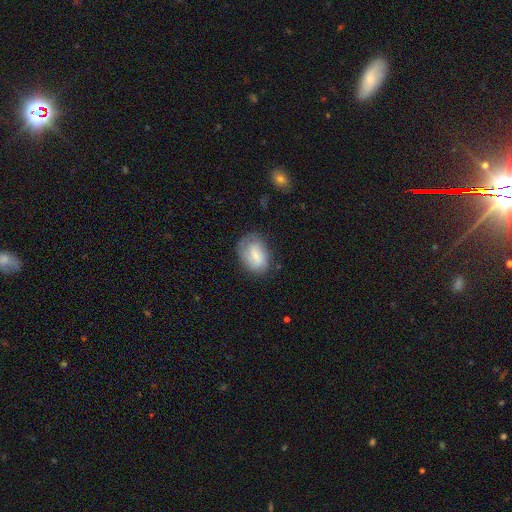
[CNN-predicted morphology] A smooth galaxy with no disk features (65%) that is in between round and cigar-shaped (82%).

Vote fractions:
- Smooth or featured? smooth: 65% / featured or disk: 27% / star or artifact: 7%
- How rounded? in between: 82% / round: 16% / cigar-shaped: 2%
- Merging? none: 63% / minor disturbance: 25% / major disturbance: 10% / merger: 2%